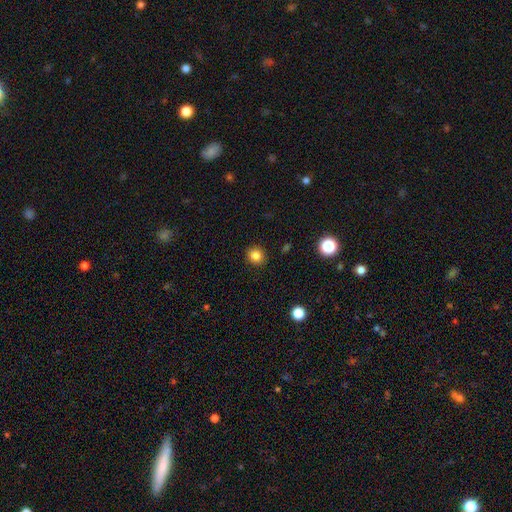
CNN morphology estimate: Smooth or featured: smooth — 83% (star or artifact — 12%)
How rounded: round — 83% (in between — 16%)
Merging: none — 90% (minor disturbance — 7%)